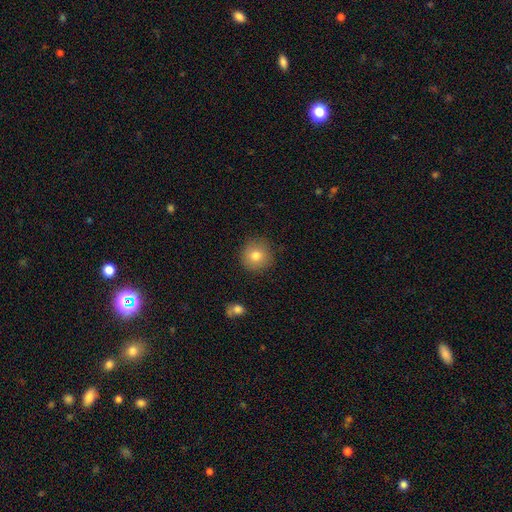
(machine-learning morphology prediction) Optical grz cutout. It shows a smooth galaxy with no disk features (79%) that is round (93%). Merging: none (88%).